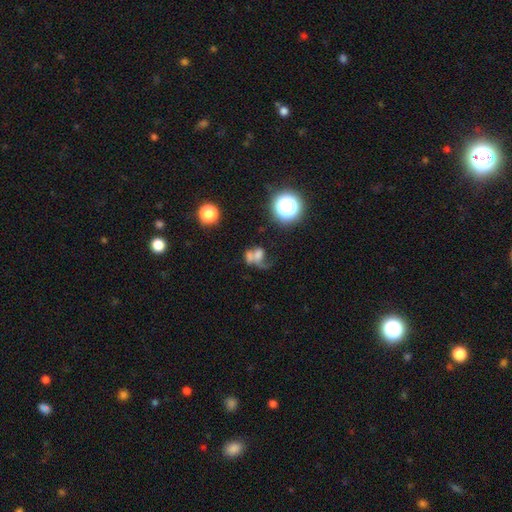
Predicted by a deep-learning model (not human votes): Morphology: type=smooth (48%); merging=merger (42%).